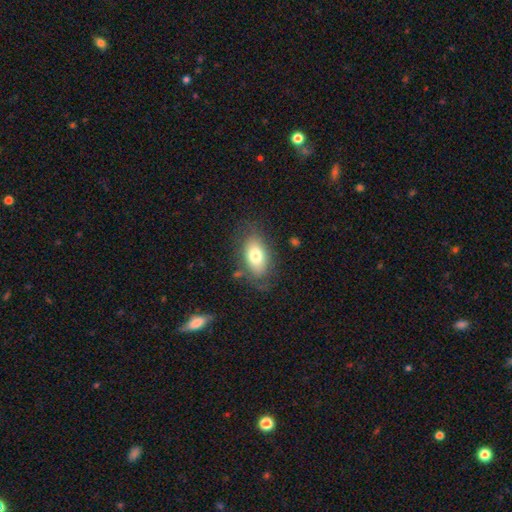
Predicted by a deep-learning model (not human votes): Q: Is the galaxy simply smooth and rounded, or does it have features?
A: smooth — 74%.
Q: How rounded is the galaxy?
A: in between — 90%.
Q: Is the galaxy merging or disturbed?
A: none — 74%.